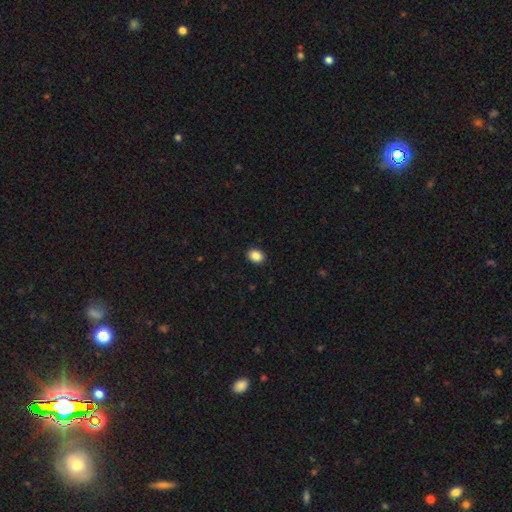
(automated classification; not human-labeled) This is clearly a smooth galaxy (88%). How rounded: possibly in between (57%). Merging: clearly none (91%).